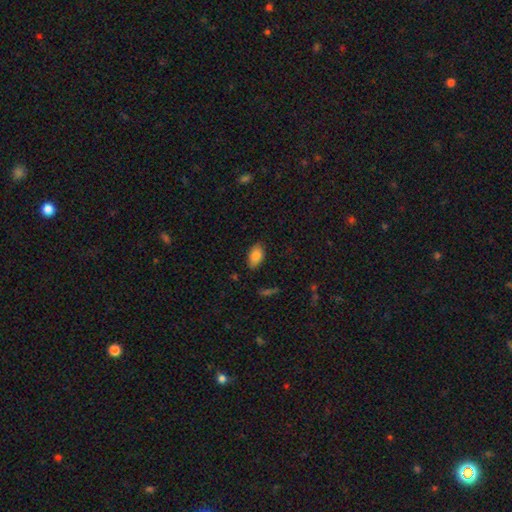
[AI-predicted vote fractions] Smooth or featured? smooth (83%)
How rounded? in between (92%)
Merging? none (80%)